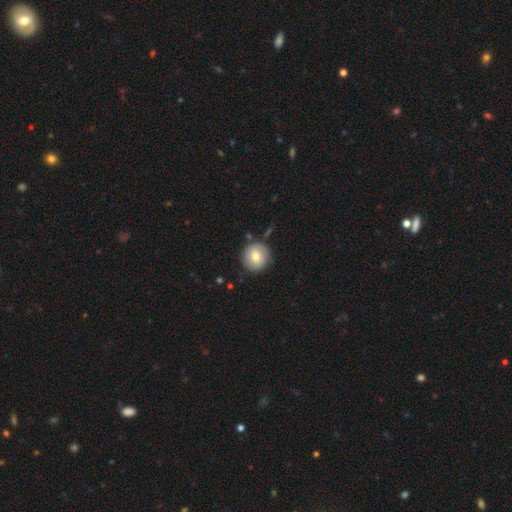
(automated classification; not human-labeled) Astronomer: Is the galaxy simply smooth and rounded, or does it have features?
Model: smooth — 74%.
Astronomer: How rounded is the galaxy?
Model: round — 94%.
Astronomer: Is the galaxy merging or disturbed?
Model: none — 83%.